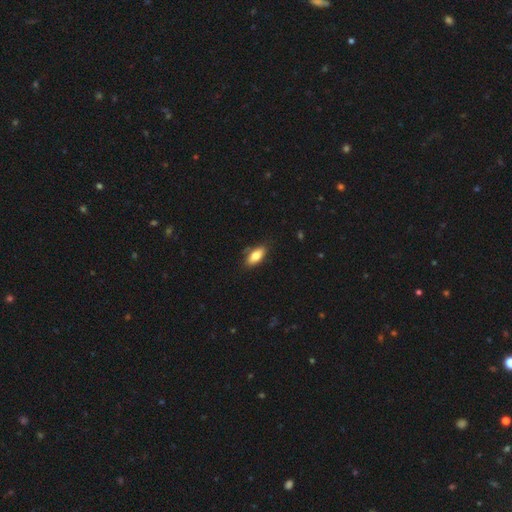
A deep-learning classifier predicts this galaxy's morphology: Smooth or featured: smooth — 82% (featured or disk — 11%)
How rounded: in between — 85% (cigar-shaped — 12%)
Merging: none — 80% (minor disturbance — 16%)